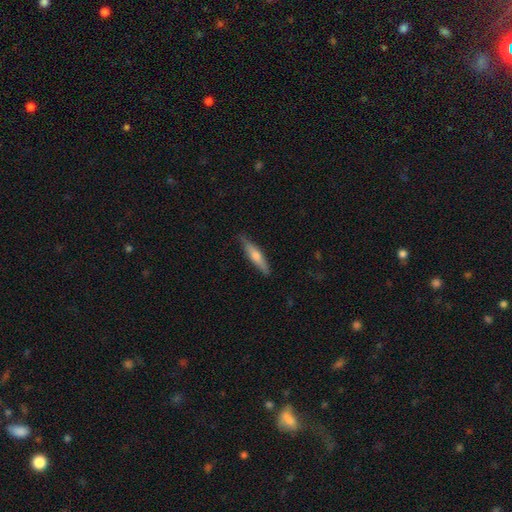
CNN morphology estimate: A smooth galaxy with no disk features (53%) that is cigar-shaped (85%). Merging: none (85%).